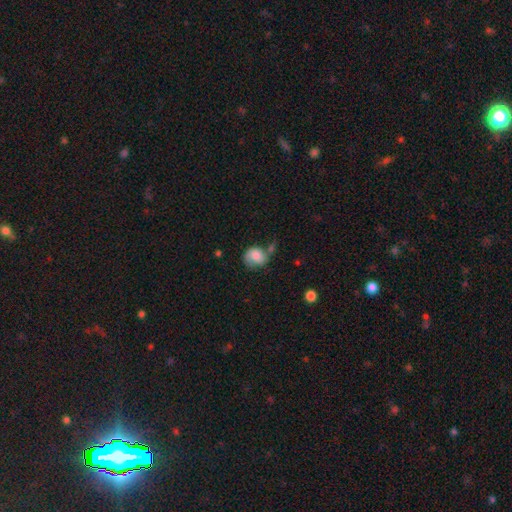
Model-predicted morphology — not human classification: Overall: smooth (58%; featured or disk 34%). How rounded: round (61%; in between 38%). Merging: none (41%; minor disturbance 27%).